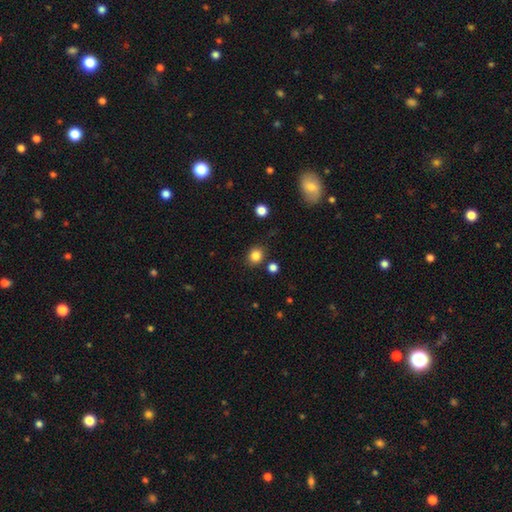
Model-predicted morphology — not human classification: The model was most divided on "how rounded": round: 72%, in between: 27%, cigar-shaped: 1%. More confident: smooth or featured — smooth (84%); merging — none (82%).